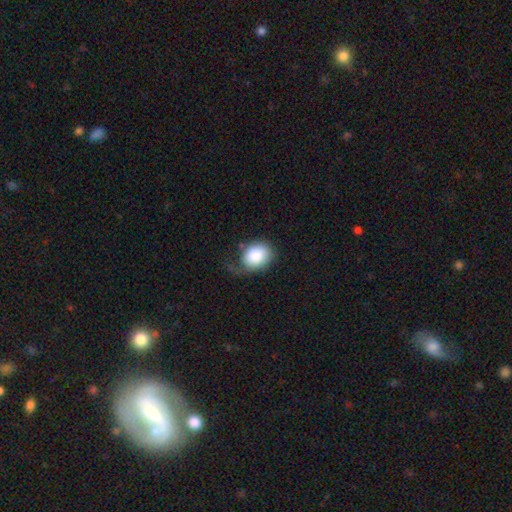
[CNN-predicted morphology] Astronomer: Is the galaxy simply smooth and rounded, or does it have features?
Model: smooth — 81%.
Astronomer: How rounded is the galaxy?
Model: in between — 55% (runner-up: round, 44%).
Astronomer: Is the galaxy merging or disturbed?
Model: none — 36% (runner-up: minor disturbance, 33%).